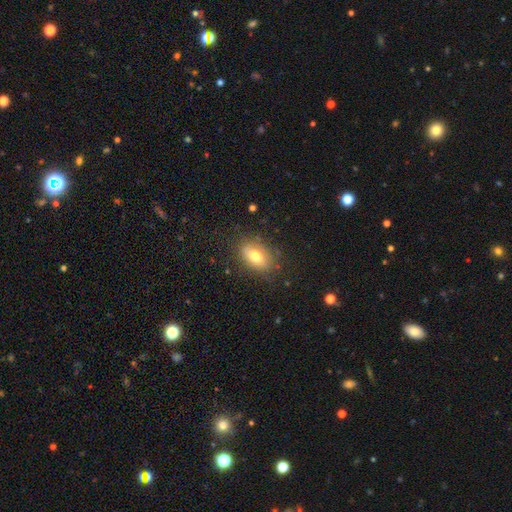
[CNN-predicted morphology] This appears to be a smooth galaxy with no disk features (71%) that is in between round and cigar-shaped (87%). Merging: none (78%).